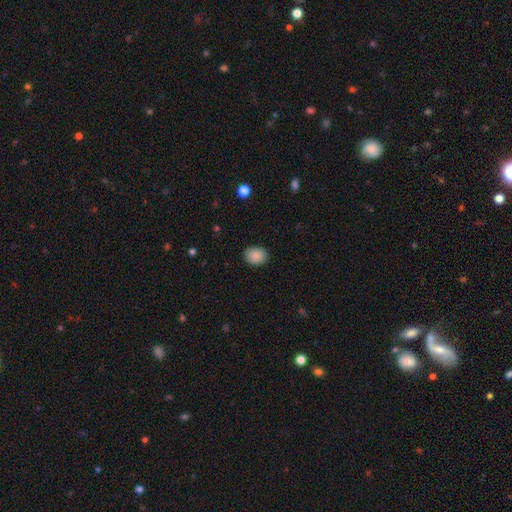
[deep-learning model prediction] A smooth galaxy with no disk features (88%) that is in between round and cigar-shaped (58%).

Vote fractions:
- Smooth or featured? smooth: 88% / star or artifact: 8% / featured or disk: 4%
- How rounded? in between: 58% / round: 42% / cigar-shaped: 1%
- Merging? none: 88% / minor disturbance: 9% / major disturbance: 2% / merger: 1%